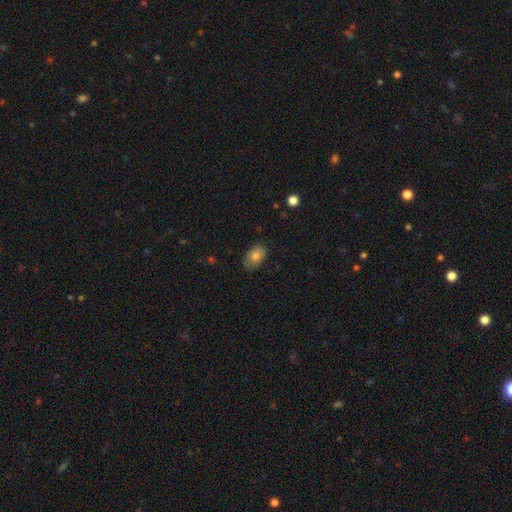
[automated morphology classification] The model was most divided on "merging": none: 70%, minor disturbance: 23%, major disturbance: 5%, merger: 1%. More confident: how rounded — in between (84%); smooth or featured — smooth (77%).